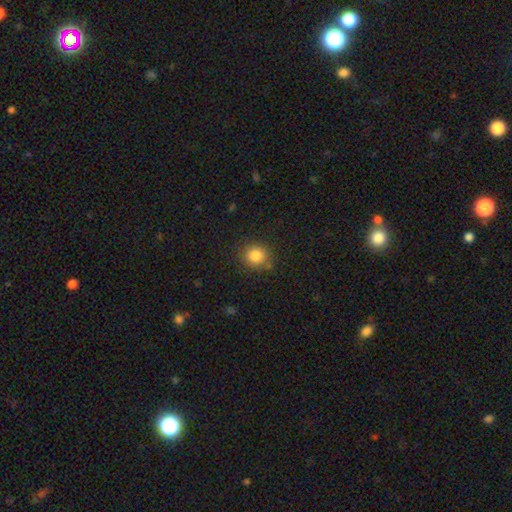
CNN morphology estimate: A smooth galaxy with no disk features (84%) that is round (83%). Merging: none (84%).